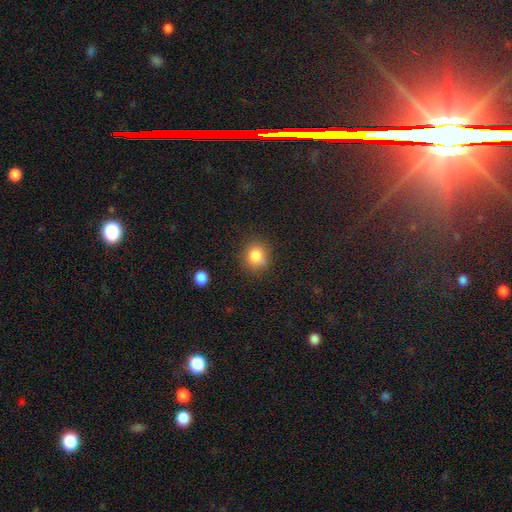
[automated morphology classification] The model was most divided on "how rounded": round: 75%, in between: 24%, cigar-shaped: 1%. More confident: smooth or featured — smooth (85%); merging — none (81%).